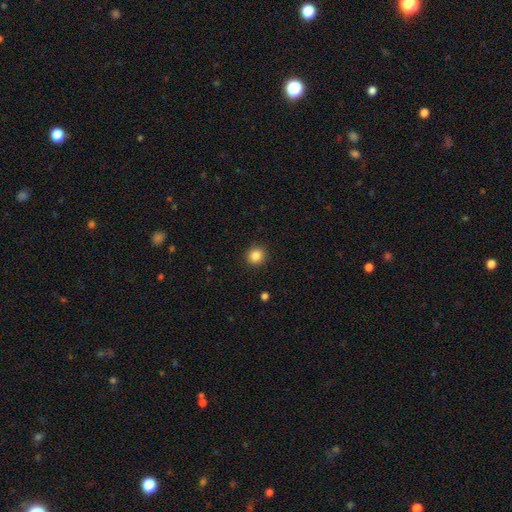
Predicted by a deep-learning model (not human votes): A smooth galaxy with no disk features (86%) that is round (91%). Merging: none (91%).